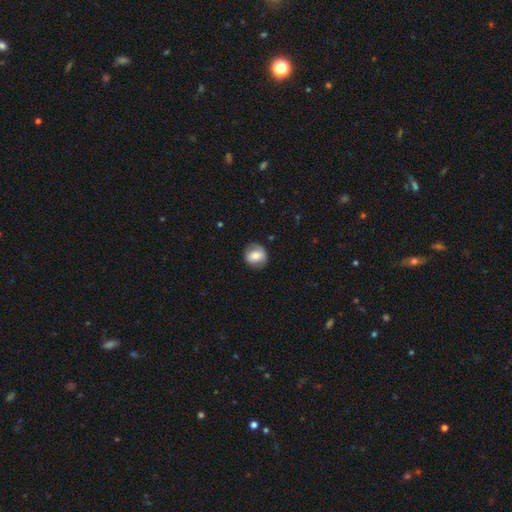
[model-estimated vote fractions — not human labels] smooth_or_featured: smooth (p=0.68) [alt: featured or disk p=0.24]
how_rounded: round (p=0.78) [alt: in between p=0.21]
merging: none (p=0.79) [alt: minor disturbance p=0.15]